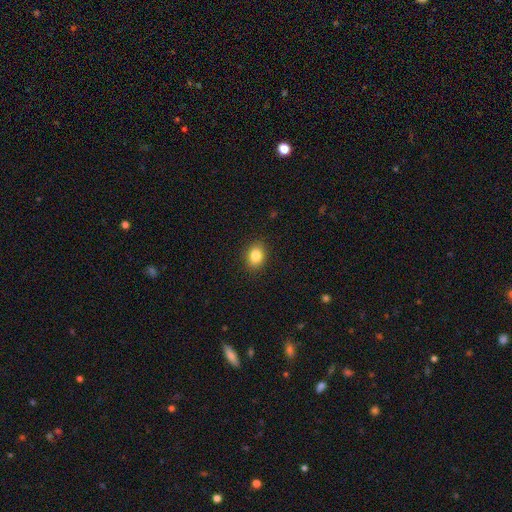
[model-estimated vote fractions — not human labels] Smooth or featured? smooth (85%)
How rounded? in between (59%)
Merging? none (89%)